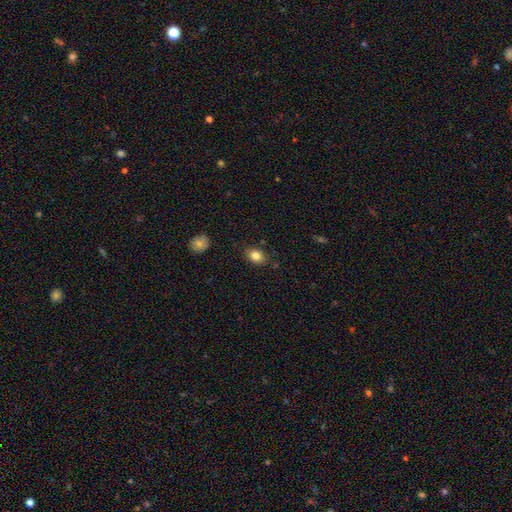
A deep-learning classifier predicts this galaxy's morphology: The model was most divided on "how rounded": in between: 73%, round: 26%, cigar-shaped: 1%. More confident: smooth or featured — smooth (83%); merging — none (82%).